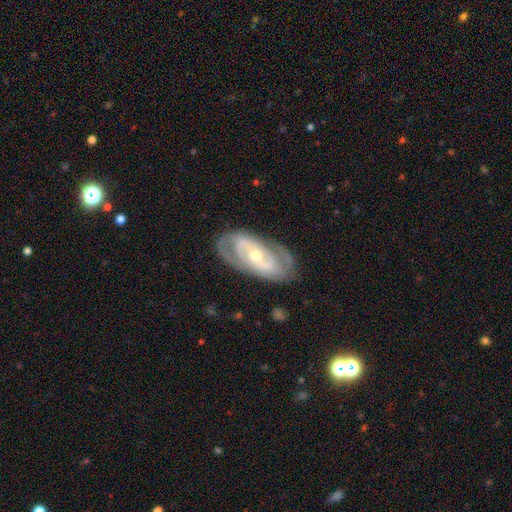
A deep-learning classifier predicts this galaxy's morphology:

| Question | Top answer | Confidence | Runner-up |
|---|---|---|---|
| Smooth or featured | featured or disk | 81% | smooth (14%) |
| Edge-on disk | no | 93% | yes (7%) |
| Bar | no | 44% | weak (33%) |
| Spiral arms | yes | 81% | no (19%) |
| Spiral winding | tight | 52% | medium (35%) |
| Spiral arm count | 2 | 68% | can't tell (21%) |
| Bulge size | moderate | 56% | small (40%) |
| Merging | none | 78% | minor disturbance (15%) |